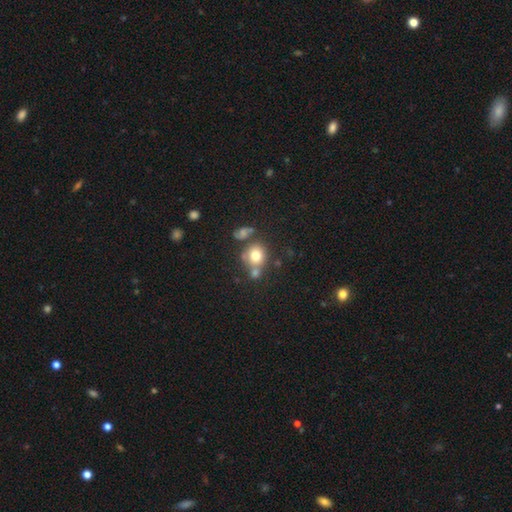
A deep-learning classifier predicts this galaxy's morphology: type=smooth (74%); roundness=round (79%); merging=none (53%).